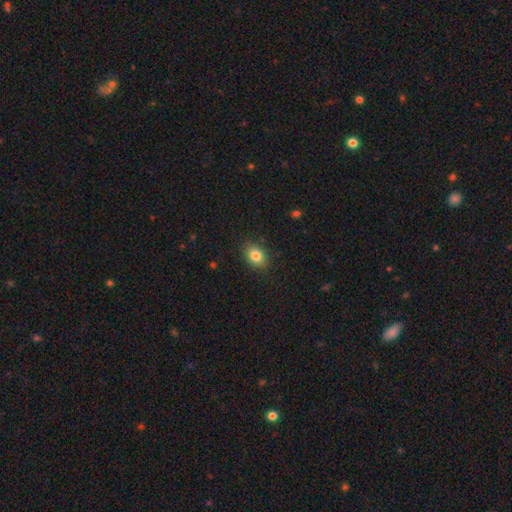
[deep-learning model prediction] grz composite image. It shows a smooth galaxy with no disk features (83%) that is in between round and cigar-shaped (65%). Merging: none (86%).